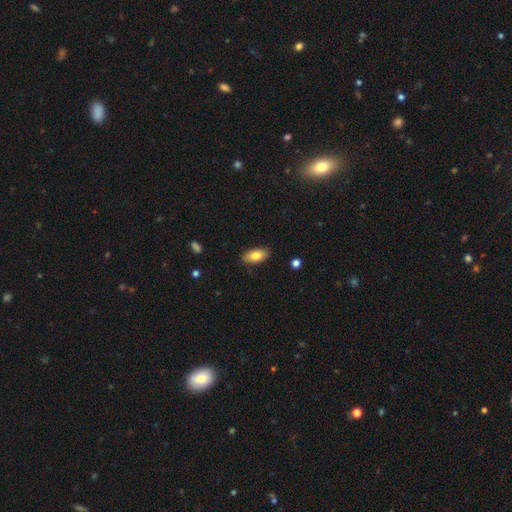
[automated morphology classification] Smooth or featured?
  - smooth: 81% *
  - featured or disk: 12%
  - star or artifact: 7%
How rounded?
  - in between: 90% *
  - cigar-shaped: 7%
  - round: 3%
Merging?
  - none: 85% *
  - minor disturbance: 12%
  - major disturbance: 2%
  - merger: 1%